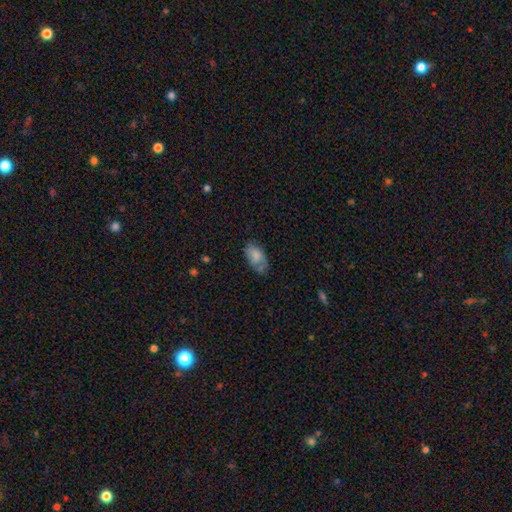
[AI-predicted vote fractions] smooth 78%, featured or disk 15%, star or artifact 8%. Down the decision tree: how rounded — in between (93%); merging — none (56%).